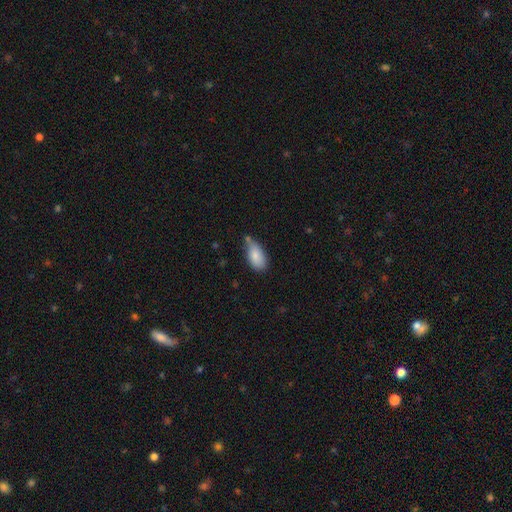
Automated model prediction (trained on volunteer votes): The model was most divided on "merging": none: 49%, minor disturbance: 34%, merger: 9%, major disturbance: 7%. More confident: how rounded — in between (92%); smooth or featured — smooth (83%).